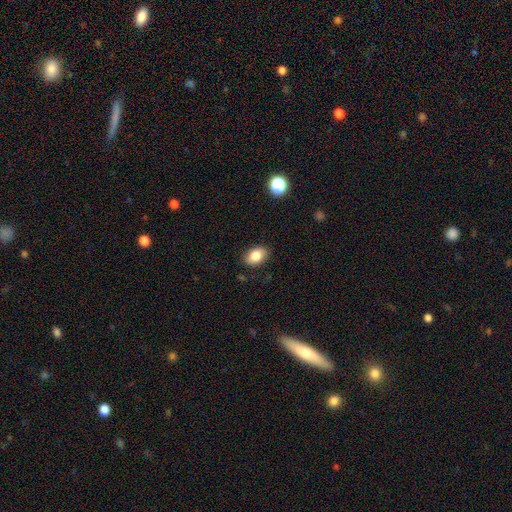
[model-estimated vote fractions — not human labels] Smooth or featured: smooth — 82% (featured or disk — 10%)
How rounded: in between — 82% (round — 17%)
Merging: none — 84% (minor disturbance — 12%)